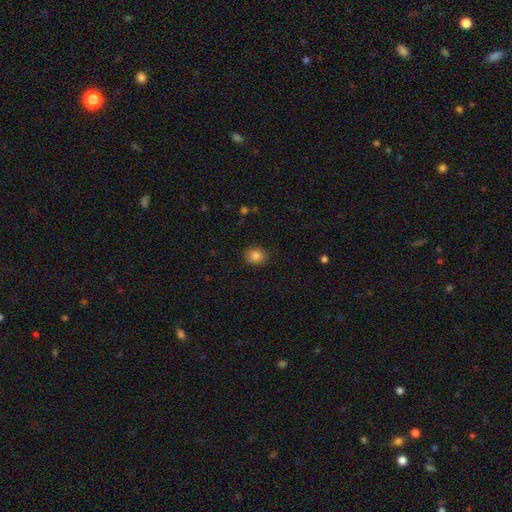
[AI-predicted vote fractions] Q: Smooth or featured?
A: smooth (85%); runner-up: star or artifact (10%)
Q: How rounded?
A: round (60%); runner-up: in between (39%)
Q: Merging?
A: none (88%); runner-up: minor disturbance (9%)